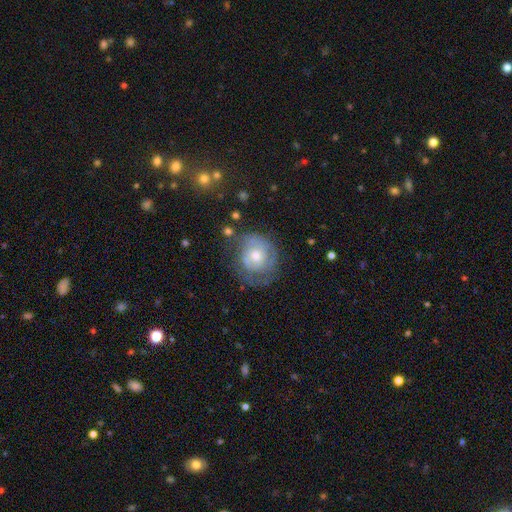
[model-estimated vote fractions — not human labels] Q: Smooth or featured?
A: featured or disk (62%); runner-up: smooth (29%)
Q: Edge-on disk?
A: no (97%); runner-up: yes (3%)
Q: Bar?
A: no (79%); runner-up: weak (18%)
Q: Spiral arms?
A: yes (75%); runner-up: no (25%)
Q: Bulge size?
A: moderate (58%); runner-up: small (36%)
Q: Merging?
A: none (59%); runner-up: minor disturbance (24%)